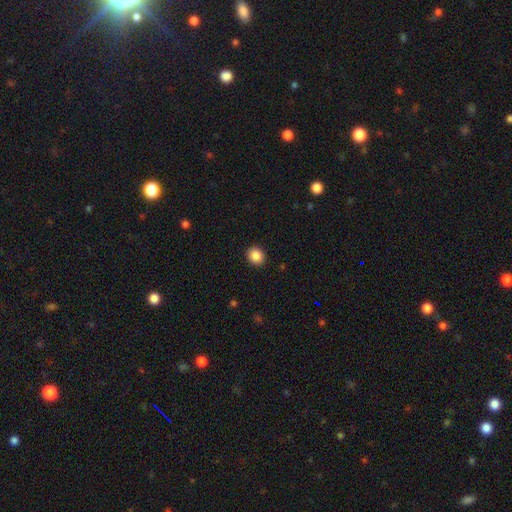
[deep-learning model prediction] Overall: smooth (88%). How rounded: round (74%). Merging: none (92%).